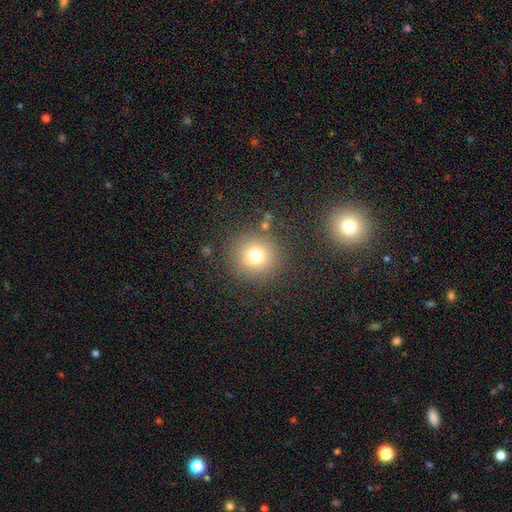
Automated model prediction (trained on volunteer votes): The model was most divided on "smooth or featured": smooth: 73%, star or artifact: 16%, featured or disk: 10%. More confident: how rounded — round (93%); merging — none (85%).